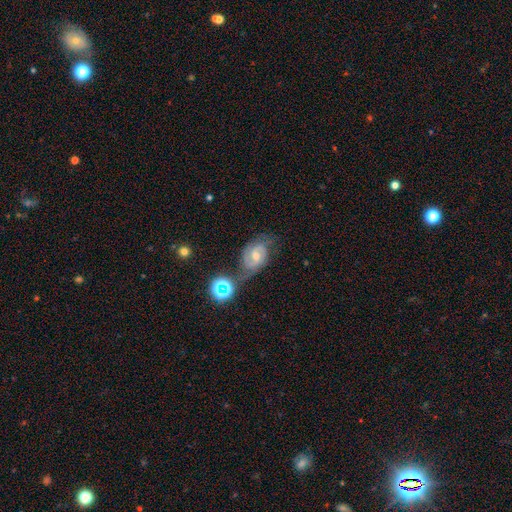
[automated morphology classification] This is likely a featured or disk galaxy (75%). It is clearly not viewed edge-on (97%). Bar: possibly no (48%). Spiral arm pattern: clearly yes (94%). Spiral arm count: likely 2 (78%). Spiral winding: marginally medium (45%). Central bulge: possibly moderate (60%). Merging: likely none (64%).